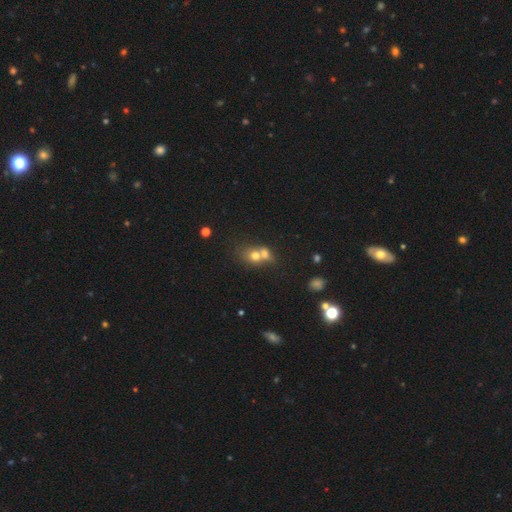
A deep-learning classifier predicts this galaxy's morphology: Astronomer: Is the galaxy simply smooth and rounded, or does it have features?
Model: smooth — 67%.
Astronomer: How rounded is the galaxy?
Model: round — 60% (runner-up: in between, 39%).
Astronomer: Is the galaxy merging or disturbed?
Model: merger — 67%.